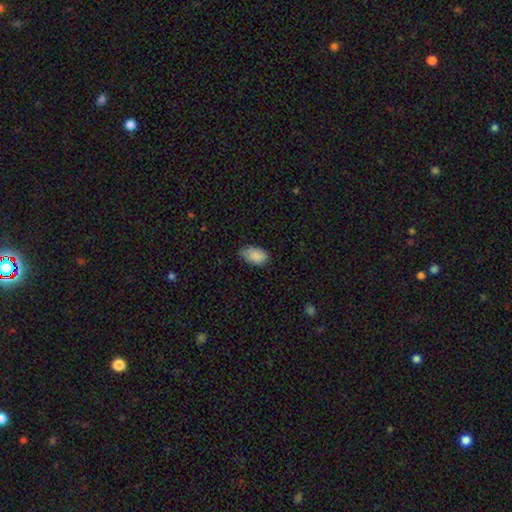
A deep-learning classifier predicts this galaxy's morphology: A smooth galaxy with no disk features (88%) that is in between round and cigar-shaped (93%). Merging: none (66%).